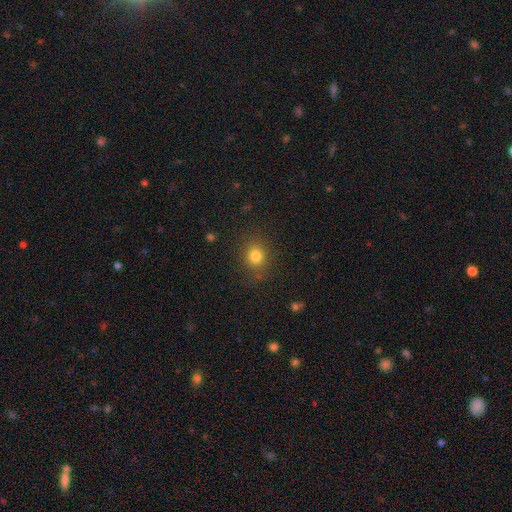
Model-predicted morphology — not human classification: A smooth galaxy with no disk features (80%) that is round (73%).

Vote fractions:
- Smooth or featured? smooth: 80% / star or artifact: 14% / featured or disk: 6%
- How rounded? round: 73% / in between: 26% / cigar-shaped: 1%
- Merging? none: 83% / minor disturbance: 11% / major disturbance: 4% / merger: 2%